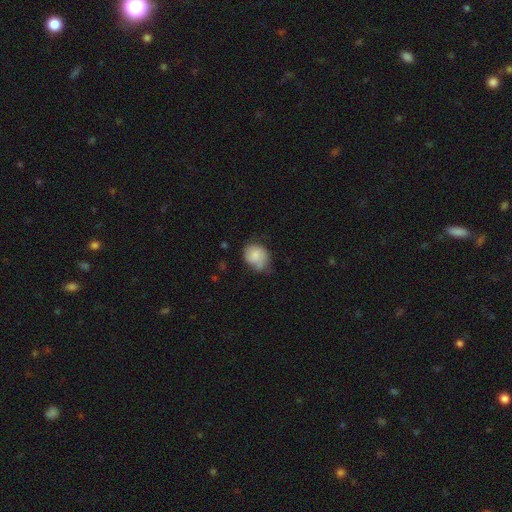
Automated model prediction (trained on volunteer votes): A smooth galaxy with no disk features (74%) that is round (62%).

Vote fractions:
- Smooth or featured? smooth: 74% / featured or disk: 19% / star or artifact: 8%
- How rounded? round: 62% / in between: 37% / cigar-shaped: 1%
- Merging? none: 44% / minor disturbance: 38% / major disturbance: 13% / merger: 5%